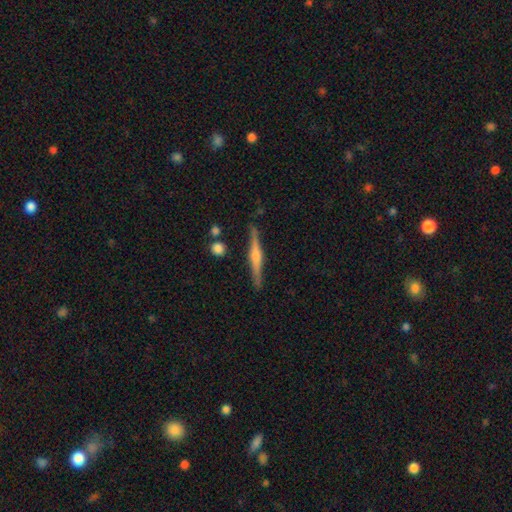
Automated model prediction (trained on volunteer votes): Q: Smooth or featured?
A: featured or disk (79%); runner-up: smooth (15%)
Q: Edge-on disk?
A: yes (98%); runner-up: no (2%)
Q: Edge-on bulge?
A: rounded (86%); runner-up: boxy (8%)
Q: Merging?
A: none (90%); runner-up: minor disturbance (7%)